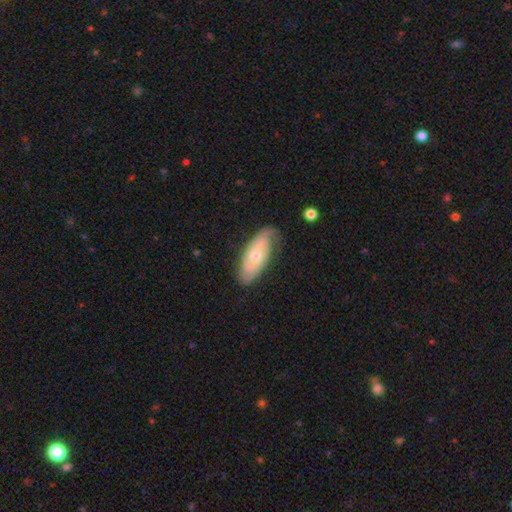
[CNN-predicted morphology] A featured or disk galaxy (68%) with no bar (74%), 2 (57%) tight (54%) spiral arms (85%) and a moderate central bulge (62%).

Vote fractions:
- Smooth or featured? featured or disk: 68% / smooth: 27% / star or artifact: 5%
- Edge-on disk? no: 88% / yes: 12%
- Bar? no: 74% / weak: 22% / strong: 4%
- Spiral arms? yes: 85% / no: 15%
- Spiral winding? tight: 54% / medium: 33% / loose: 13%
- Spiral arm count? 2: 57% / can't tell: 29% / 1: 6% / 3: 5% / 4: 2% / more than 4: 2%
- Bulge size? moderate: 62% / small: 33% / large: 3% / none: 1% / dominant: 1%
- Merging? none: 73% / minor disturbance: 21% / major disturbance: 5% / merger: 1%